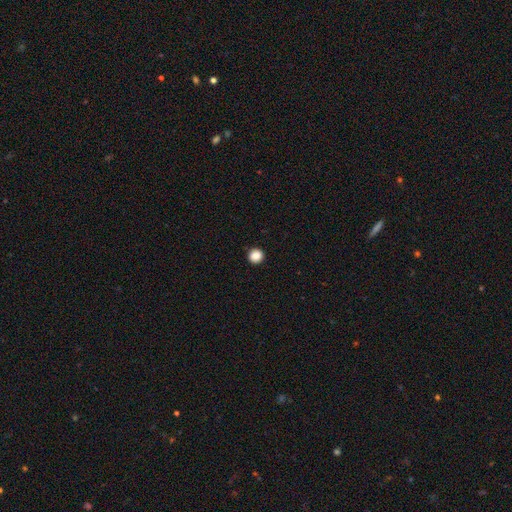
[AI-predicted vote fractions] smooth-or-featured: smooth: 88% | star or artifact: 10% | featured or disk: 2%
  how-rounded: round: 95% | in between: 4% | cigar-shaped: 1%
  merging: none: 93% | minor disturbance: 4% | major disturbance: 2% | merger: 1%